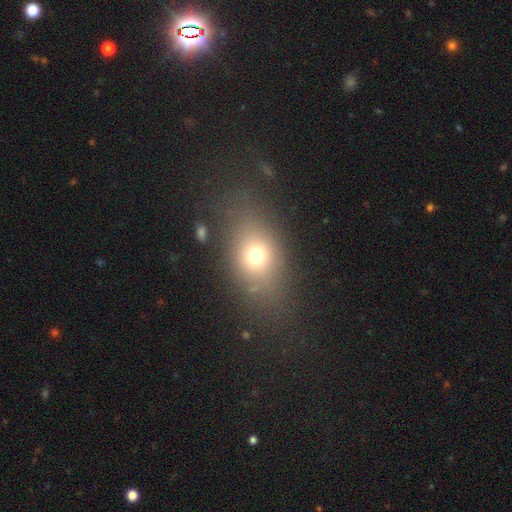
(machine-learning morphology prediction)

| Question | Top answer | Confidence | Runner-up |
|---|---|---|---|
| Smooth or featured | smooth | 69% | featured or disk (16%) |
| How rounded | in between | 67% | round (30%) |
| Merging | none | 70% | minor disturbance (15%) |